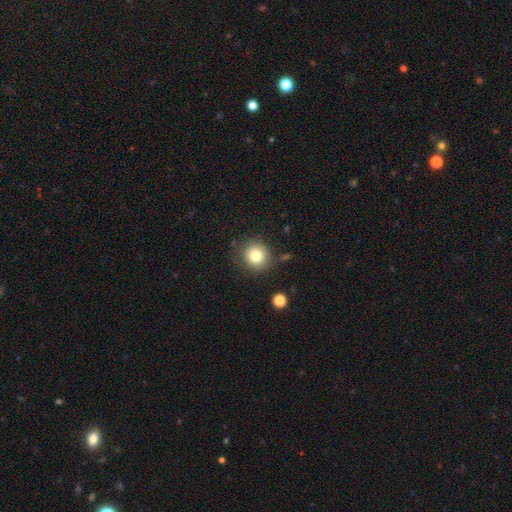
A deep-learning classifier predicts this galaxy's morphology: smooth 80%, star or artifact 11%, featured or disk 9%. Down the decision tree: how rounded — round (91%); merging — none (82%).